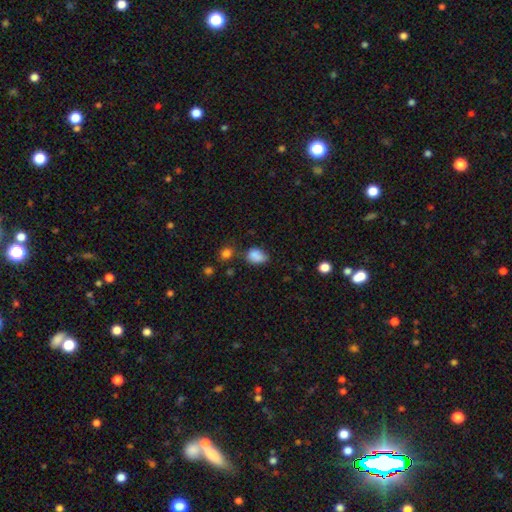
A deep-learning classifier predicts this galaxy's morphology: type=smooth (82%); roundness=in between (74%); merging=none (51%).